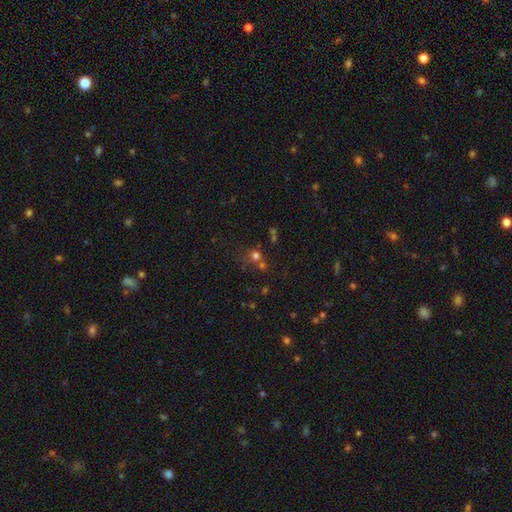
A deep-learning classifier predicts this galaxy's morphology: Smooth or featured? Predicted: smooth (p=0.63). How rounded? Predicted: round (p=0.87). Merging? Predicted: none (p=0.54).